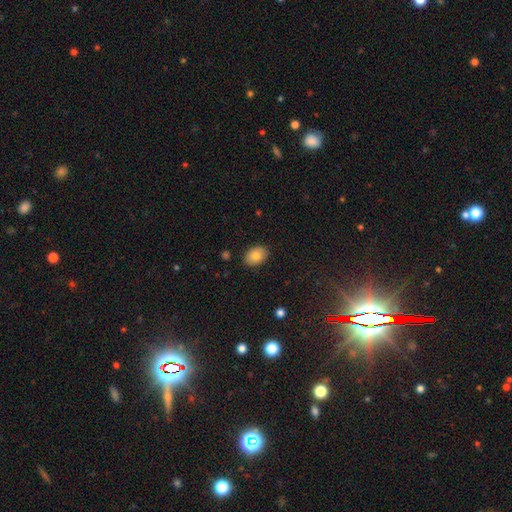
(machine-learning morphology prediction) Smooth or featured? smooth (81%)
How rounded? in between (80%)
Merging? none (87%)